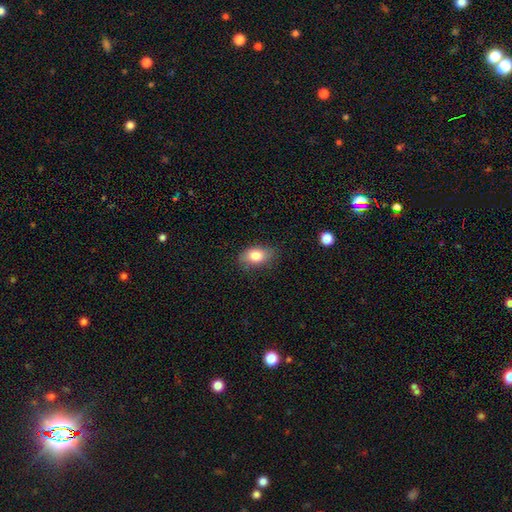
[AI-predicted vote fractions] Smooth or featured: smooth — 81% (featured or disk — 11%)
How rounded: in between — 86% (round — 11%)
Merging: none — 79% (minor disturbance — 16%)